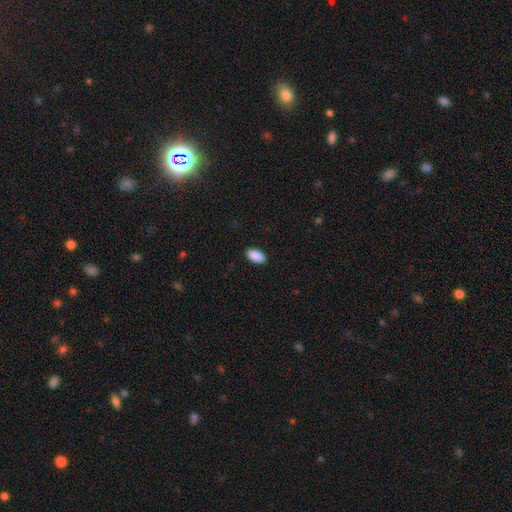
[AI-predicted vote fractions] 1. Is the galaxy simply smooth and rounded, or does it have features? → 91% smooth, 7% star or artifact, 3% featured or disk.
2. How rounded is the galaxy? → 94% in between, 3% round, 3% cigar-shaped.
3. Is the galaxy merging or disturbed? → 89% none, 8% minor disturbance, 2% major disturbance, 1% merger.